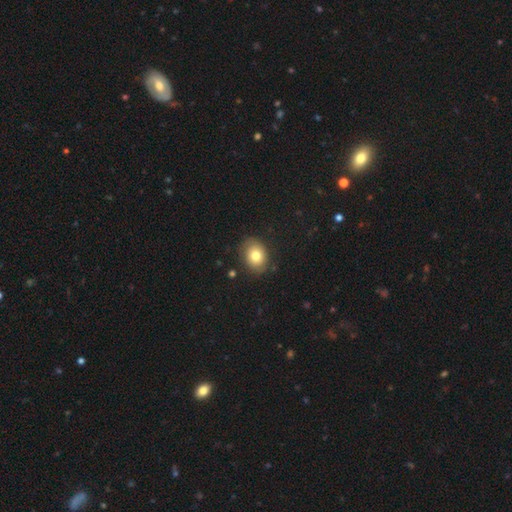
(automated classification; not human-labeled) Smooth or featured? smooth (78%)
How rounded? in between (58%)
Merging? none (83%)